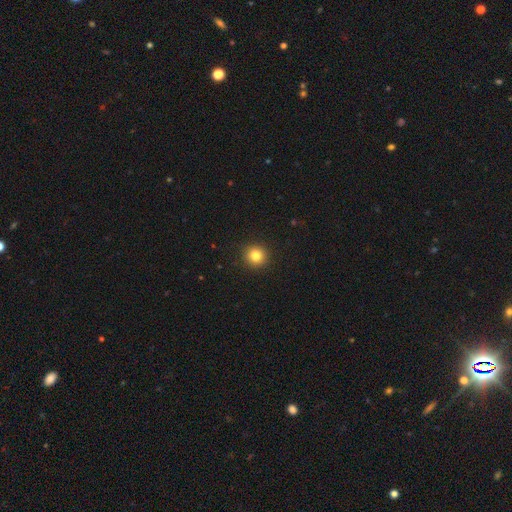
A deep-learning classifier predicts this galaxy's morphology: This appears to be a smooth galaxy with no disk features (82%) that is round (94%). Merging: none (93%).